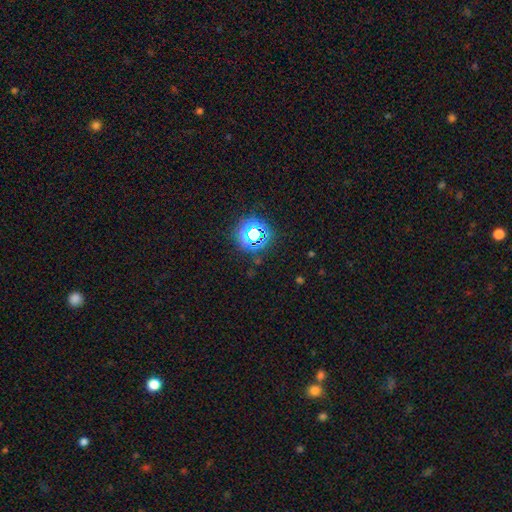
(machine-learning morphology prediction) Overall: star or artifact (76%).